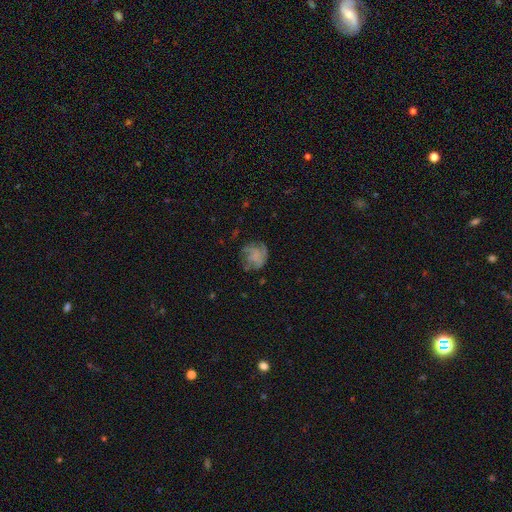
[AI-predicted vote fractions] Smooth or featured: featured or disk — 52% (smooth — 37%)
Edge-on disk: no — 98% (yes — 2%)
Bar: no — 84% (weak — 13%)
Spiral arms: yes — 66% (no — 34%)
Bulge size: none — 73% (small — 11%)
Merging: none — 58% (minor disturbance — 22%)